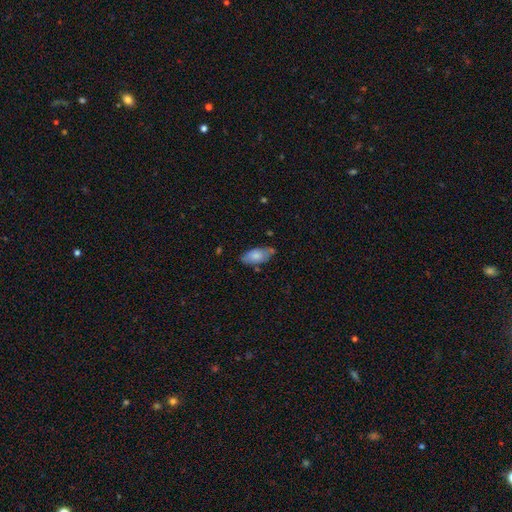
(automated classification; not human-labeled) smooth-or-featured: smooth: 74% | featured or disk: 19% | star or artifact: 6%
  how-rounded: in between: 90% | cigar-shaped: 8% | round: 2%
  merging: none: 69% | minor disturbance: 22% | merger: 5% | major disturbance: 4%